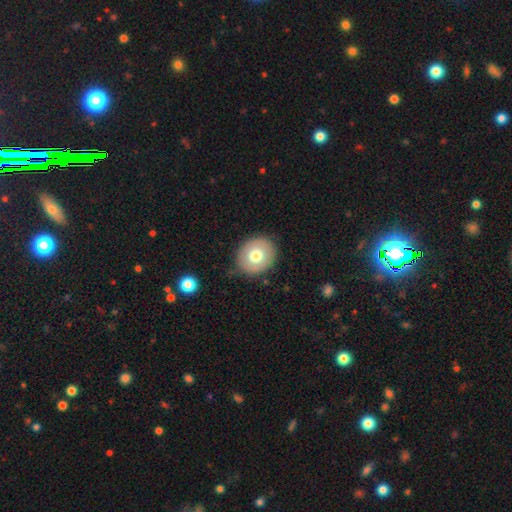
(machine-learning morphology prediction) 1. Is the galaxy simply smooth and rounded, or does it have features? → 72% smooth, 20% featured or disk, 8% star or artifact.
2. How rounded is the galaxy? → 73% round, 26% in between, 1% cigar-shaped.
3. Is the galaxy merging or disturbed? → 83% none, 12% minor disturbance, 3% major disturbance, 2% merger.